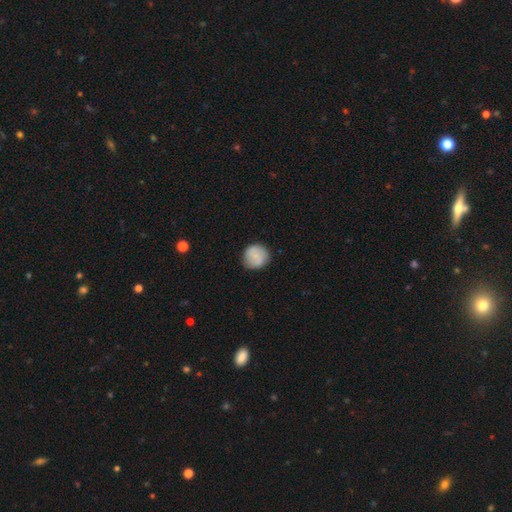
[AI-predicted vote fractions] A smooth galaxy with no disk features (69%) that is round (91%).

Vote fractions:
- Smooth or featured? smooth: 69% / featured or disk: 24% / star or artifact: 7%
- How rounded? round: 91% / in between: 8% / cigar-shaped: 1%
- Merging? none: 82% / minor disturbance: 14% / major disturbance: 3% / merger: 1%